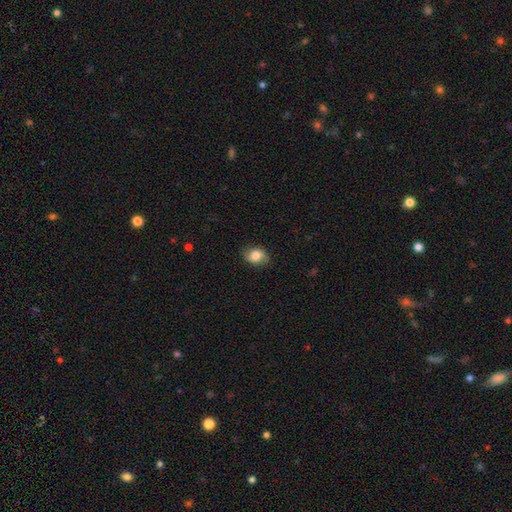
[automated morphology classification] Smooth or featured? smooth (76%)
How rounded? in between (64%)
Merging? none (80%)